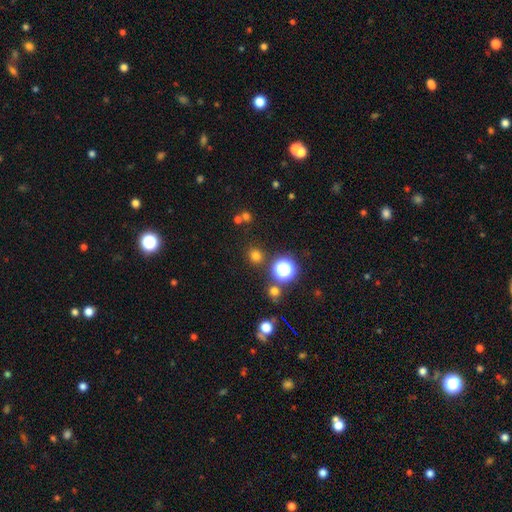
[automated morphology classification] type=smooth (71%); roundness=round (92%); merging=none (86%).